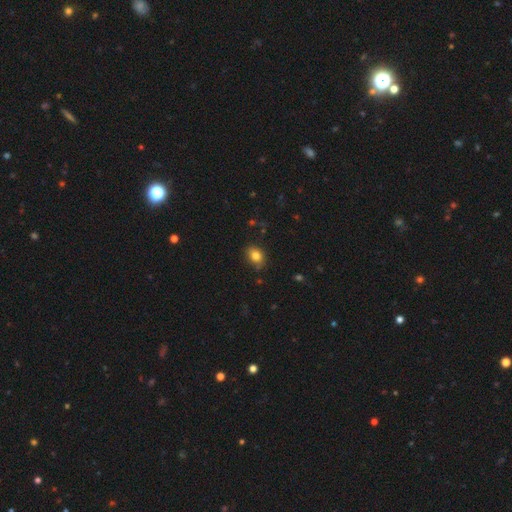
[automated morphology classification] Smooth or featured? smooth (82%)
How rounded? in between (58%)
Merging? none (79%)